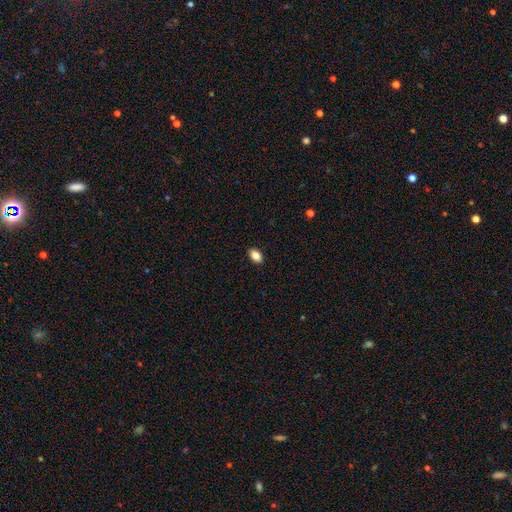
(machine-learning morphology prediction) smooth_or_featured: smooth (p=0.86) [alt: star or artifact p=0.09]
how_rounded: in between (p=0.87) [alt: round p=0.11]
merging: none (p=0.90) [alt: minor disturbance p=0.07]